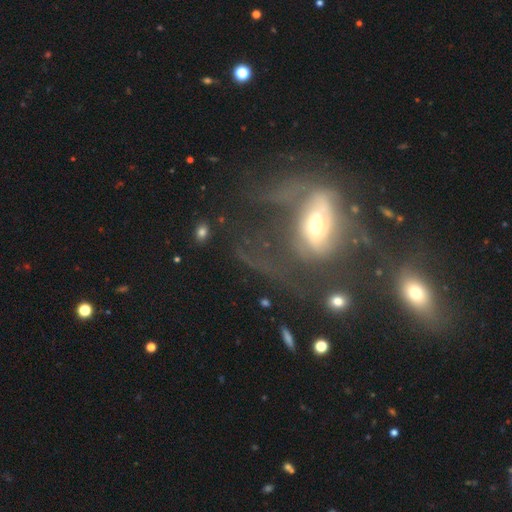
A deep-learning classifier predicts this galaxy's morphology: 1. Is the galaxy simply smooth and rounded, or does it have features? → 56% featured or disk, 27% smooth, 17% star or artifact.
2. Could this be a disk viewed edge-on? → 84% no, 16% yes.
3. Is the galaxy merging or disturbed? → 49% major disturbance, 23% none, 15% merger, 13% minor disturbance.